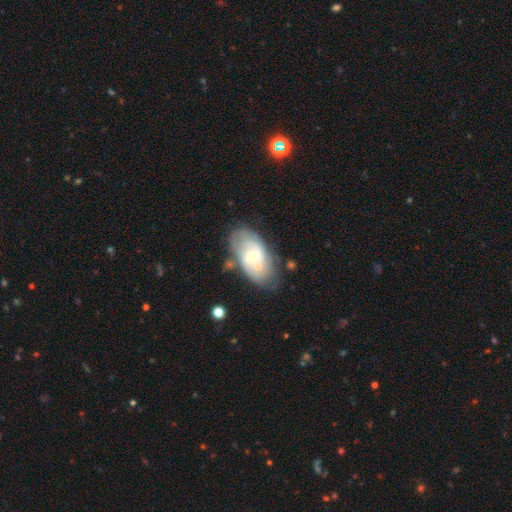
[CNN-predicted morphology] Smooth or featured? Predicted: featured or disk (p=0.65). Edge-on disk? Predicted: no (p=0.94). Bar? Predicted: no (p=0.57). Spiral arms? Predicted: yes (p=0.71). Bulge size? Predicted: small (p=0.58). Merging? Predicted: none (p=0.66).